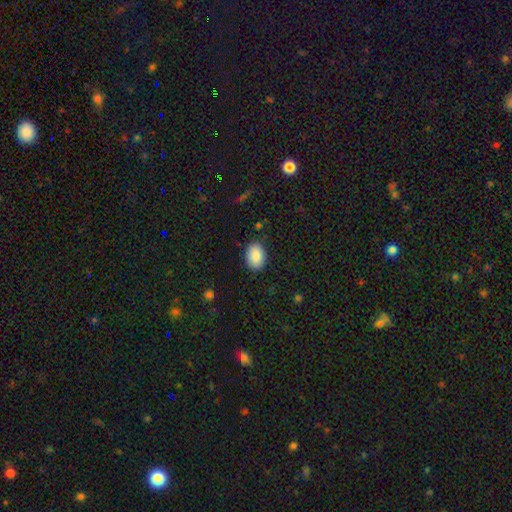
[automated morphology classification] type=smooth (88%); roundness=in between (80%); merging=none (86%).